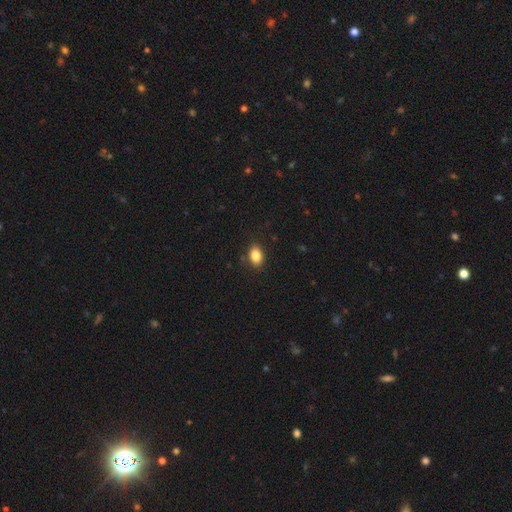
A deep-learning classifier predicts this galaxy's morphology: smooth 85%, star or artifact 9%, featured or disk 6%. Down the decision tree: how rounded — in between (81%); merging — none (86%).